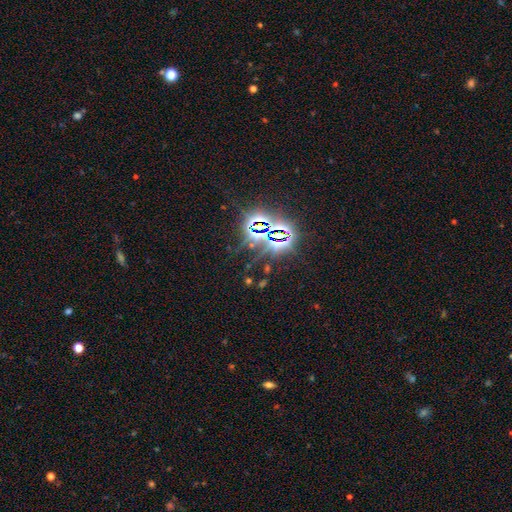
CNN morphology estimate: Smooth or featured? star or artifact (74%)